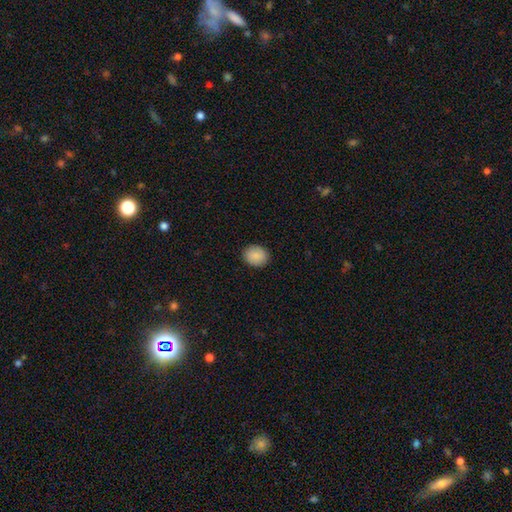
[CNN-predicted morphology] This appears to be a smooth galaxy with no disk features (89%) that is round (62%). Merging: none (90%).